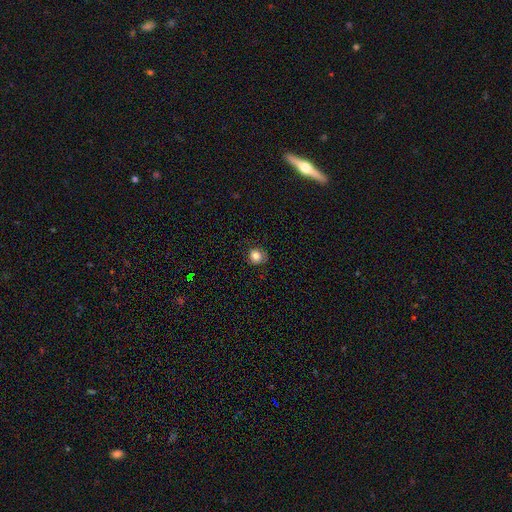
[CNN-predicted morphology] Smooth or featured?
  - smooth: 83% *
  - star or artifact: 11%
  - featured or disk: 6%
How rounded?
  - round: 84% *
  - in between: 15%
  - cigar-shaped: 1%
Merging?
  - none: 80% *
  - minor disturbance: 16%
  - major disturbance: 4%
  - merger: 1%